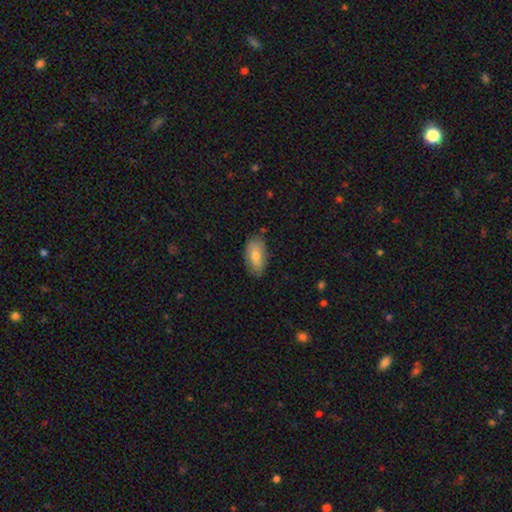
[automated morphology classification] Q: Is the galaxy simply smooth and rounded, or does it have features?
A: smooth — 74%.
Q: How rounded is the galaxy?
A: in between — 93%.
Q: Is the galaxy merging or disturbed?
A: none — 77%.